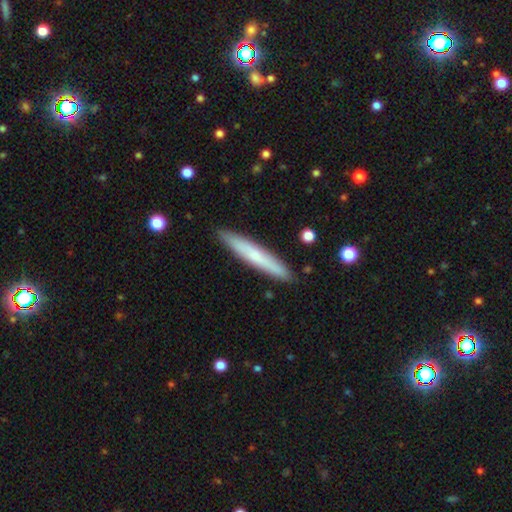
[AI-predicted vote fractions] A smooth galaxy with no disk features (60%) that is cigar-shaped (95%). Merging: none (91%).